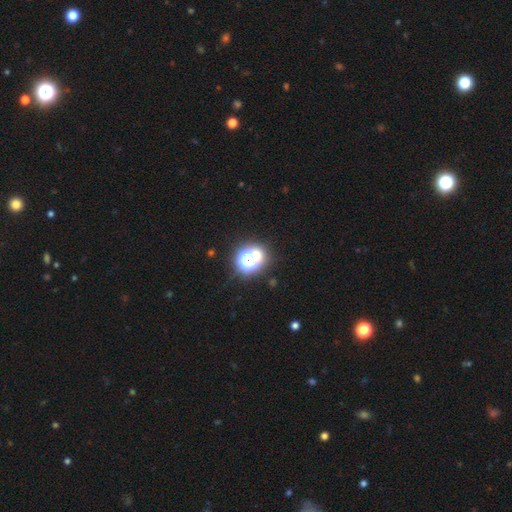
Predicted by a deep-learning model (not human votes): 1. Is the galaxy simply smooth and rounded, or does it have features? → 48% star or artifact, 38% smooth, 14% featured or disk.